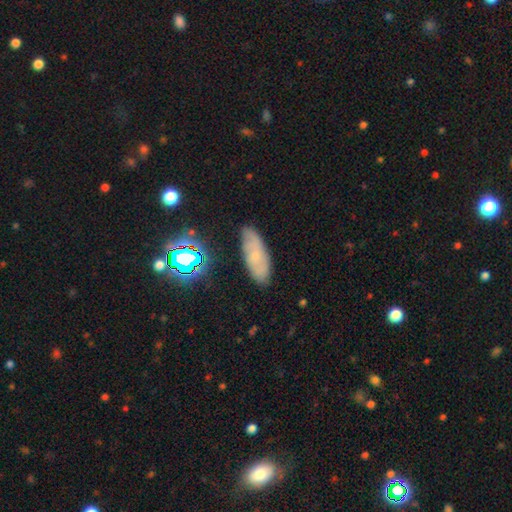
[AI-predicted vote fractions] Morphology: type=smooth (47%); merging=none (76%).